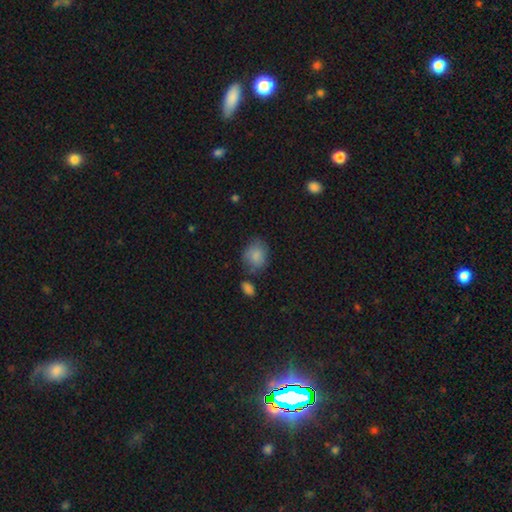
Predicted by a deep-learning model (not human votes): smooth 84%, featured or disk 9%, star or artifact 7%. Down the decision tree: how rounded — round (54%); merging — none (63%).